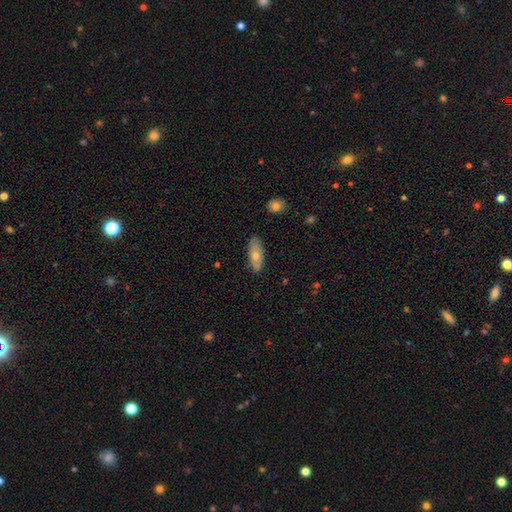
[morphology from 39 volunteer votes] Smooth or featured: smooth — 74% (featured or disk — 23%)
How rounded: in between — 72% (cigar-shaped — 28%)
Merging: none — 79% (minor disturbance — 21%)